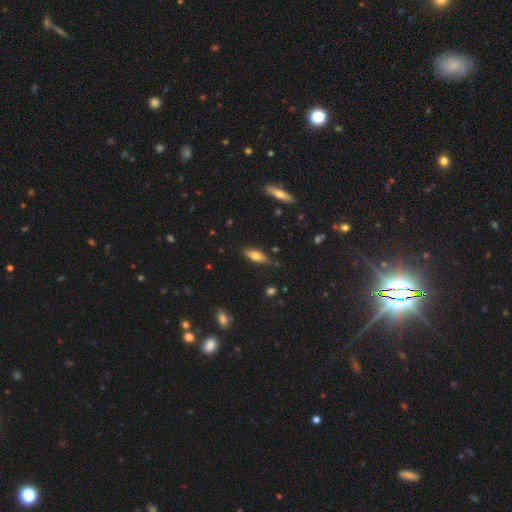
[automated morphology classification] This is likely a smooth galaxy (64%). How rounded: likely in between (60%). Merging: clearly none (81%).